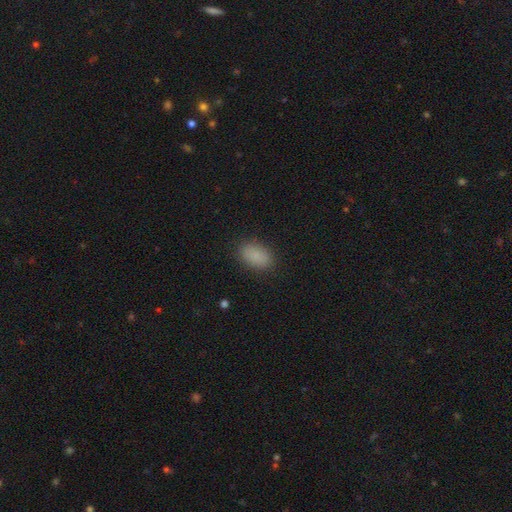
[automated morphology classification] smooth-or-featured: smooth: 88% | star or artifact: 9% | featured or disk: 4%
  how-rounded: in between: 92% | round: 6% | cigar-shaped: 2%
  merging: none: 87% | minor disturbance: 10% | major disturbance: 3% | merger: 1%